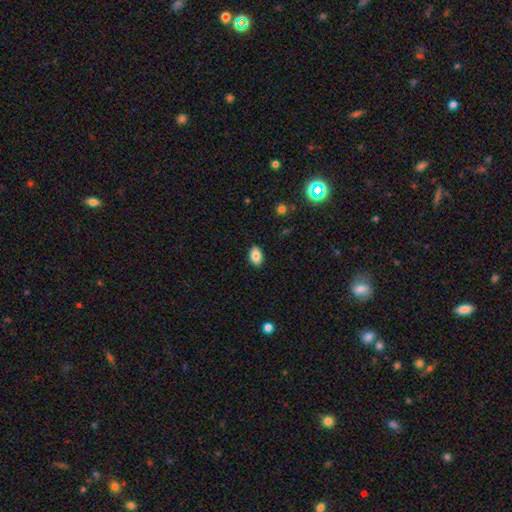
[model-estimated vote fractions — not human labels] A smooth galaxy with no disk features (84%) that is in between round and cigar-shaped (90%). Merging: none (89%).